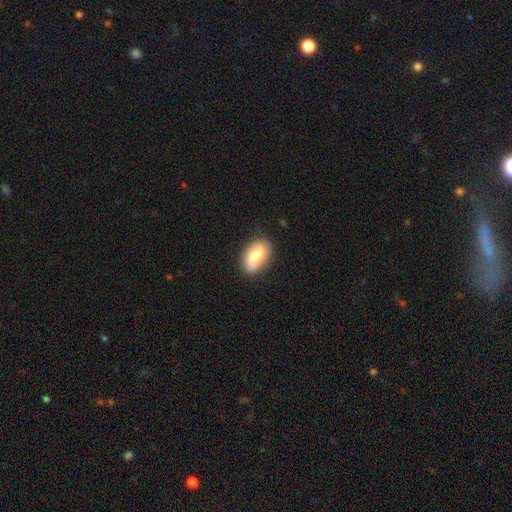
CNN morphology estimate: A smooth galaxy with no disk features (54%) that is in between round and cigar-shaped (90%). Merging: none (79%).